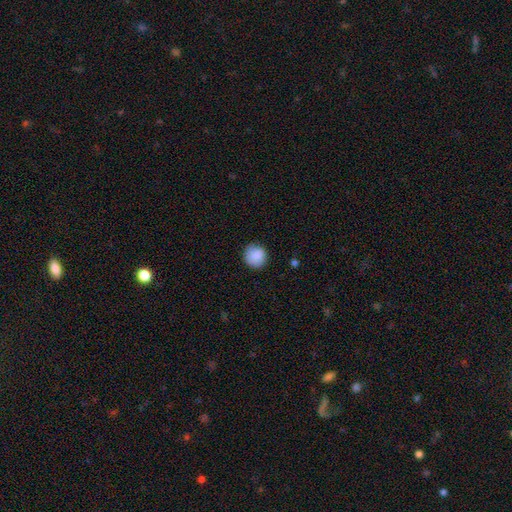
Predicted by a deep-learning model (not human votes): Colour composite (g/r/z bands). It shows a smooth galaxy with no disk features (89%) that is round (90%). Merging: none (84%).